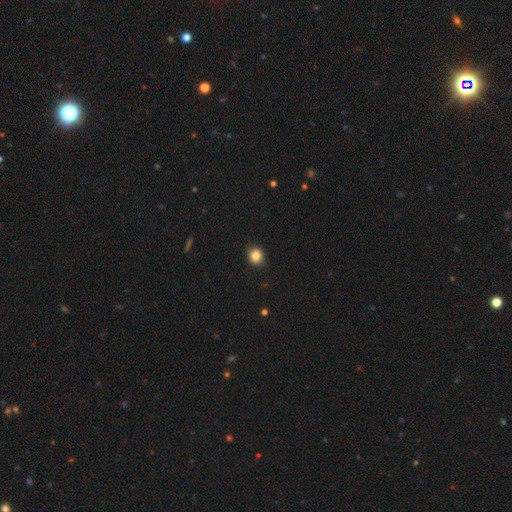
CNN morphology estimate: smooth 84%, star or artifact 11%, featured or disk 6%. Down the decision tree: how rounded — round (76%); merging — none (86%).